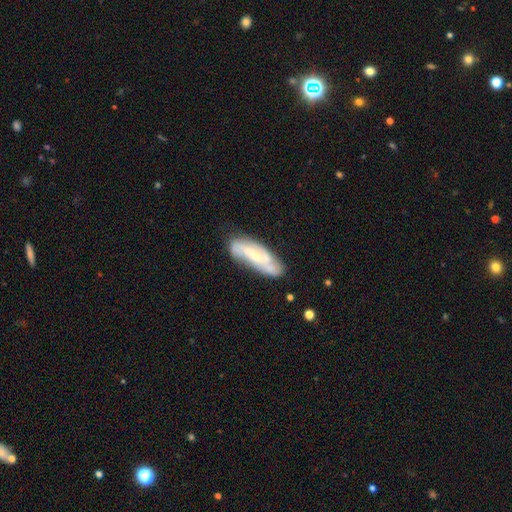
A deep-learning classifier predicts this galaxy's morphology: Overall: featured or disk (67%). Edge-on disk: no (85%). Bar: weak (39%; no 36%). Spiral arms: yes (85%). Bulge size: small (60%; moderate 30%). Merging: none (69%).